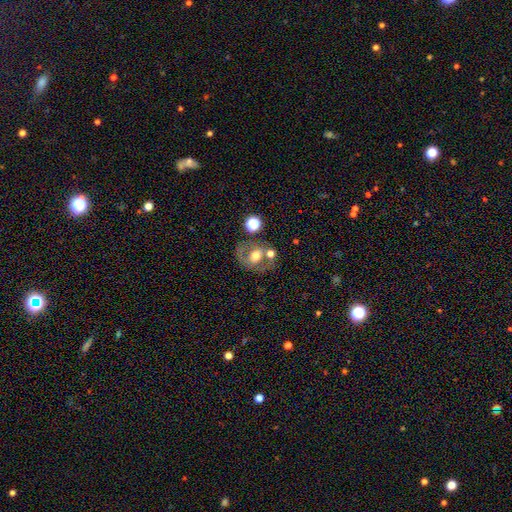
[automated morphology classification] Overall: featured or disk (48%; smooth 40%). Merging: none (51%; merger 23%).